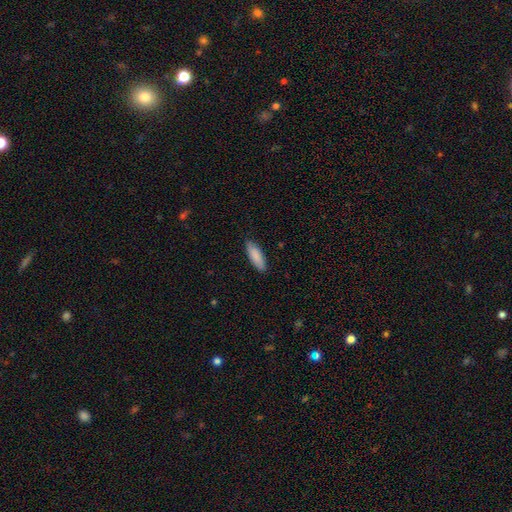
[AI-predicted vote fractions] Morphology: type=smooth (87%); roundness=in between (58%); merging=none (86%).